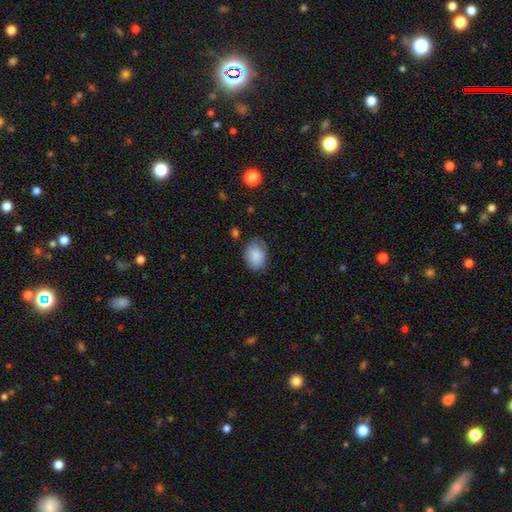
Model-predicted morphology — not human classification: Smooth or featured? smooth (86%)
How rounded? in between (71%)
Merging? none (74%)